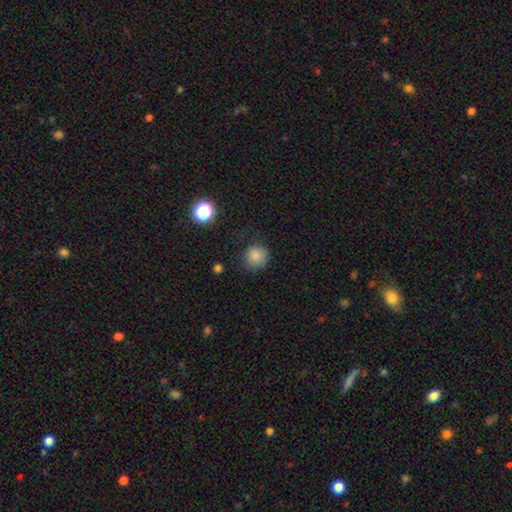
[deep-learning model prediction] The model was most divided on "merging": none: 77%, minor disturbance: 17%, major disturbance: 5%, merger: 2%. More confident: how rounded — round (91%); smooth or featured — smooth (83%).